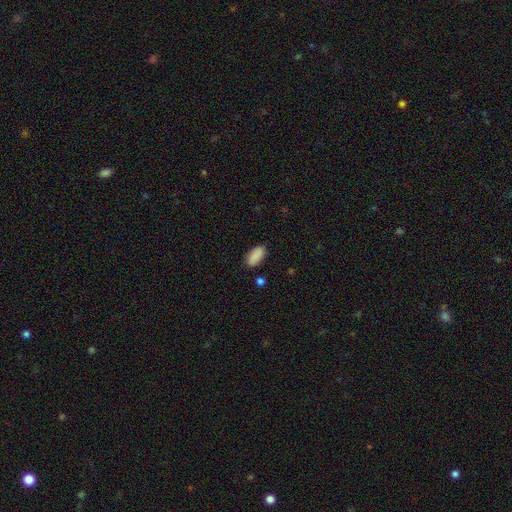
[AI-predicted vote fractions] This is clearly a smooth galaxy (88%). How rounded: clearly in between (93%). Merging: clearly none (84%).